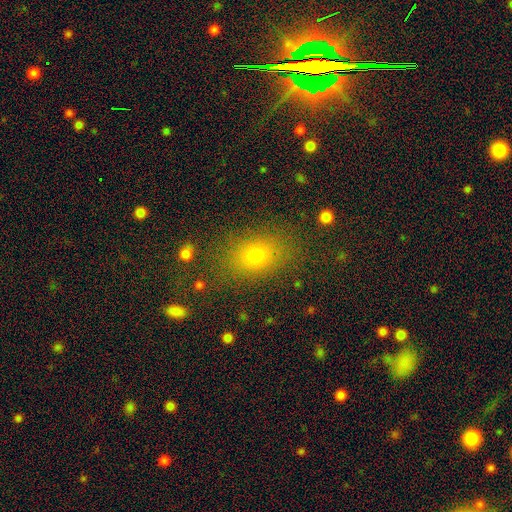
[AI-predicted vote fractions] A smooth galaxy with no disk features (73%) that is in between round and cigar-shaped (60%). Merging: none (80%).